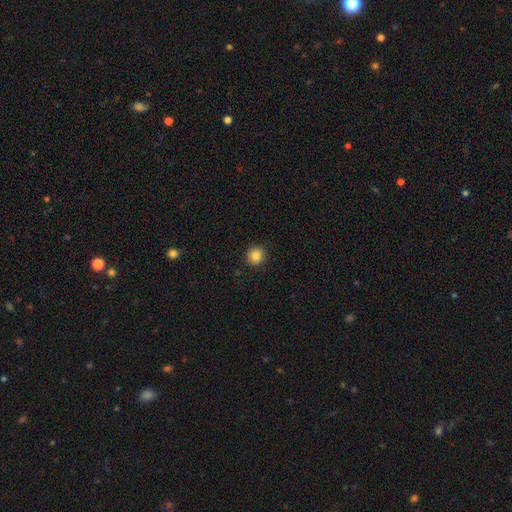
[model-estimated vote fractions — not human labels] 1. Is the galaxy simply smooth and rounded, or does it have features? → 85% smooth, 10% star or artifact, 4% featured or disk.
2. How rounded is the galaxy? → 93% round, 6% in between, 1% cigar-shaped.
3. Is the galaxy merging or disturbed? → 92% none, 5% minor disturbance, 2% major disturbance, 1% merger.